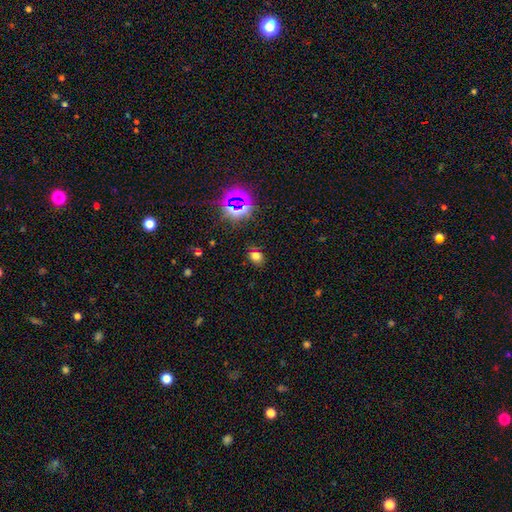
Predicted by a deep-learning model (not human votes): smooth 64%, star or artifact 28%, featured or disk 7%. Down the decision tree: how rounded — in between (55%); merging — none (82%).